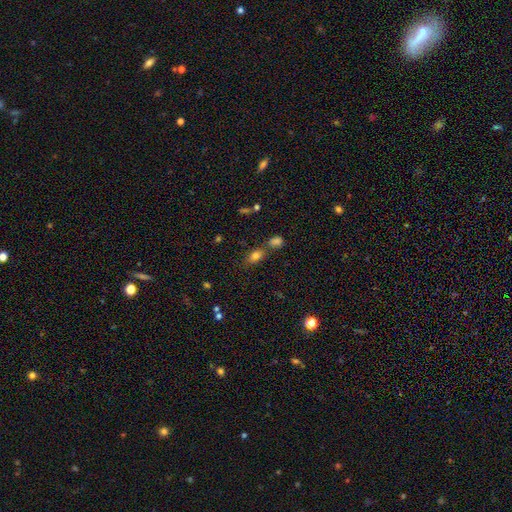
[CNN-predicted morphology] A smooth galaxy with no disk features (80%) that is in between round and cigar-shaped (83%). Merging: none (57%).